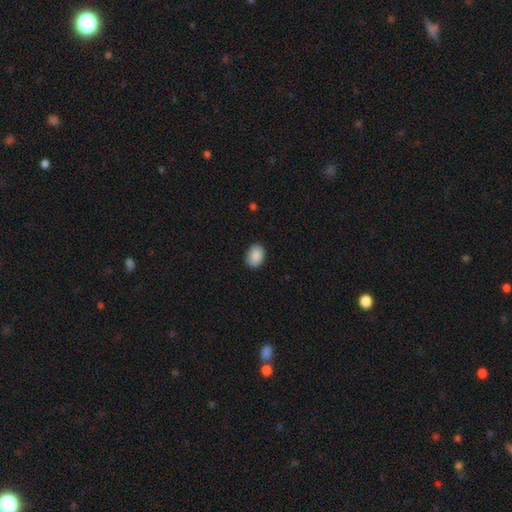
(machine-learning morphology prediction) smooth_or_featured: smooth (p=0.90) [alt: star or artifact p=0.07]
how_rounded: in between (p=0.79) [alt: round p=0.20]
merging: none (p=0.86) [alt: minor disturbance p=0.10]